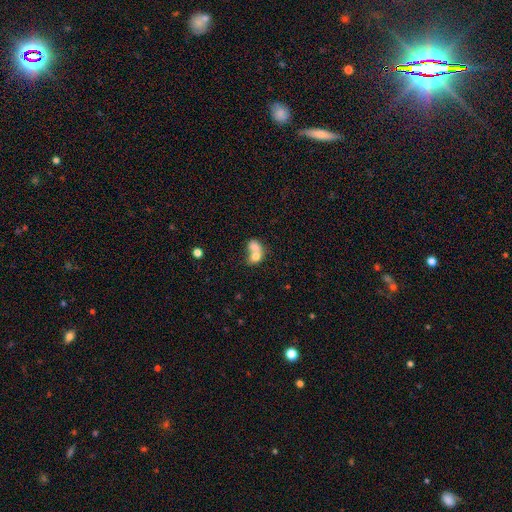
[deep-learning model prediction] Overall: smooth (71%). How rounded: in between (54%; round 44%). Merging: merger (76%).